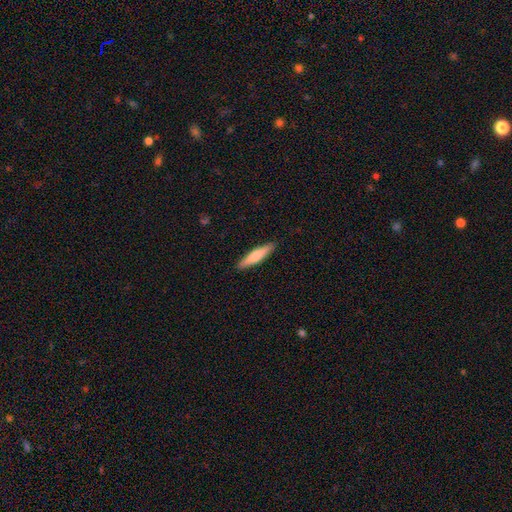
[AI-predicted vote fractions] Morphology: type=smooth (67%); roundness=cigar-shaped (85%); merging=none (90%).